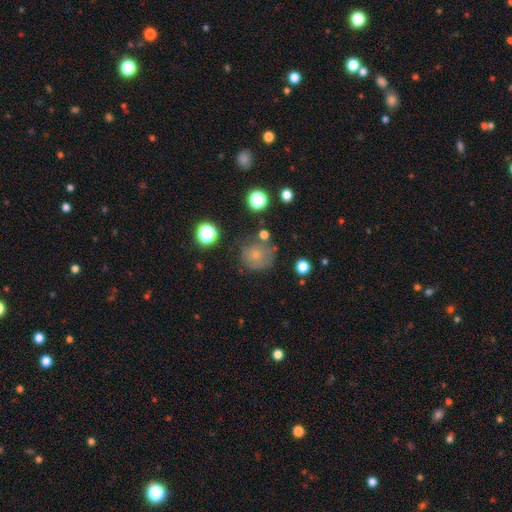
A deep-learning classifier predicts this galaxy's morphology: Smooth or featured: smooth — 68% (star or artifact — 17%)
How rounded: round — 90% (in between — 9%)
Merging: none — 65% (minor disturbance — 19%)